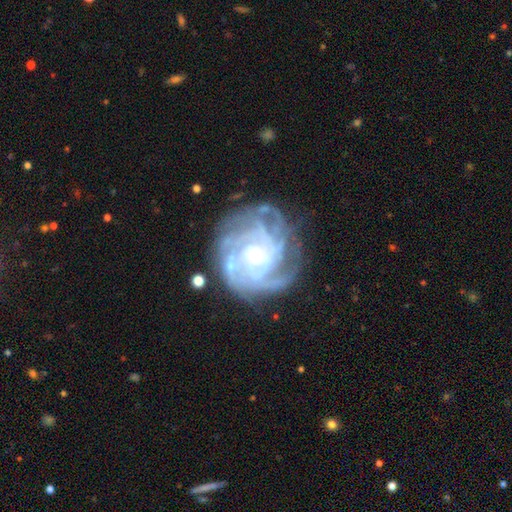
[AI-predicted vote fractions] Overall: featured or disk (90%). Edge-on disk: no (98%). Bar: no (72%). Spiral arms: yes (97%). Spiral arm count: can't tell (27%; 4 23%). Spiral winding: tight (72%). Bulge size: moderate (49%; small 46%). Merging: none (72%).